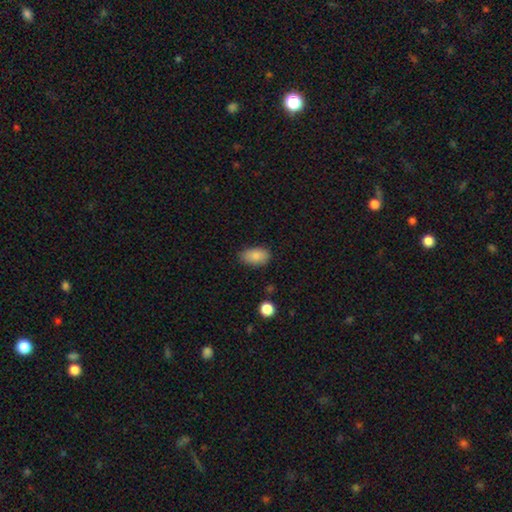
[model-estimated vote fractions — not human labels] Smooth or featured?
  - smooth: 86% *
  - star or artifact: 8%
  - featured or disk: 6%
How rounded?
  - in between: 92% *
  - round: 6%
  - cigar-shaped: 2%
Merging?
  - none: 80% *
  - minor disturbance: 16%
  - major disturbance: 3%
  - merger: 1%